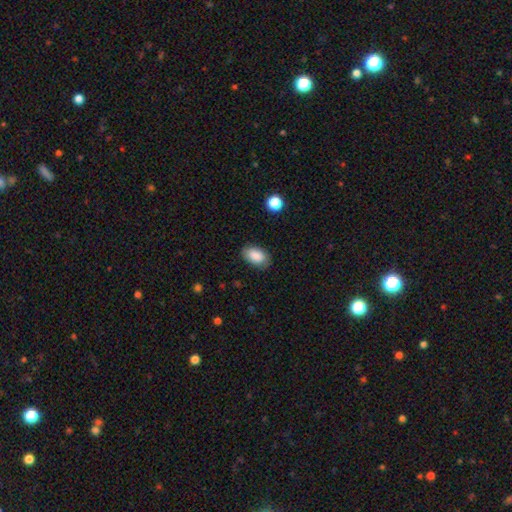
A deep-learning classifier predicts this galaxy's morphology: Overall: smooth (87%). How rounded: in between (92%). Merging: none (85%).